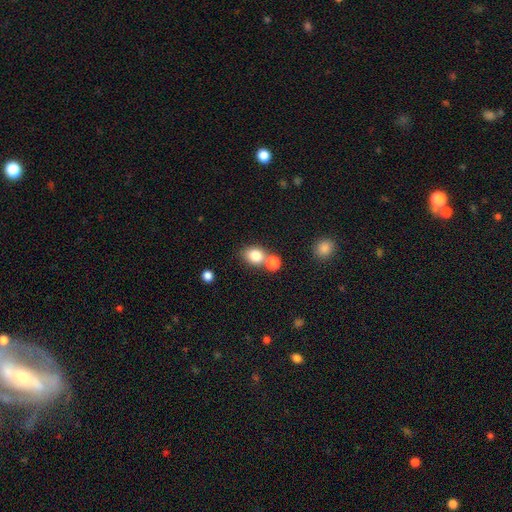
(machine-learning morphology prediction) Overall: smooth (81%). How rounded: round (57%; in between 42%). Merging: none (53%; merger 33%).